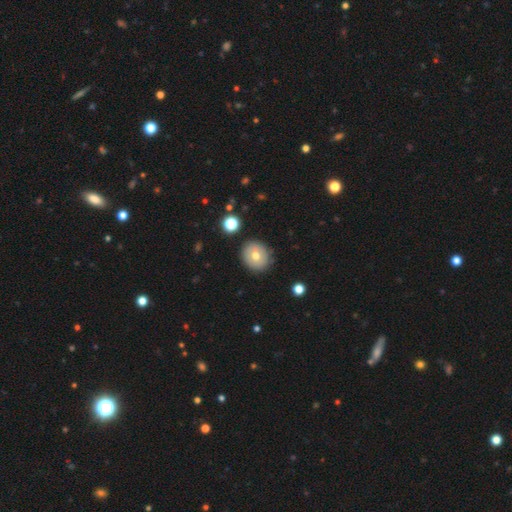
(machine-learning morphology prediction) smooth_or_featured: smooth (p=0.68) [alt: featured or disk p=0.22]
how_rounded: round (p=0.79) [alt: in between p=0.20]
merging: none (p=0.86) [alt: minor disturbance p=0.09]